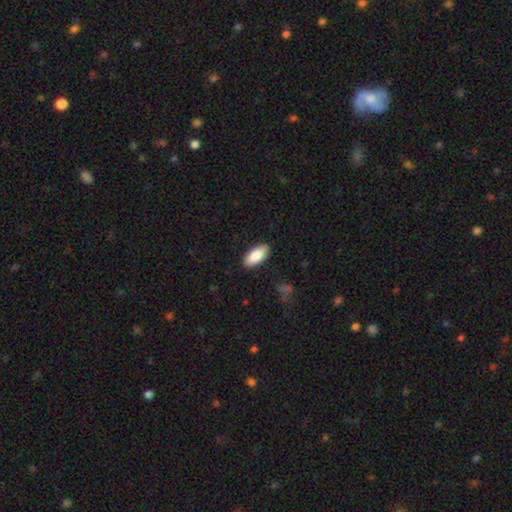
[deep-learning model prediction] A smooth galaxy with no disk features (86%) that is in between round and cigar-shaped (90%). Merging: none (89%).